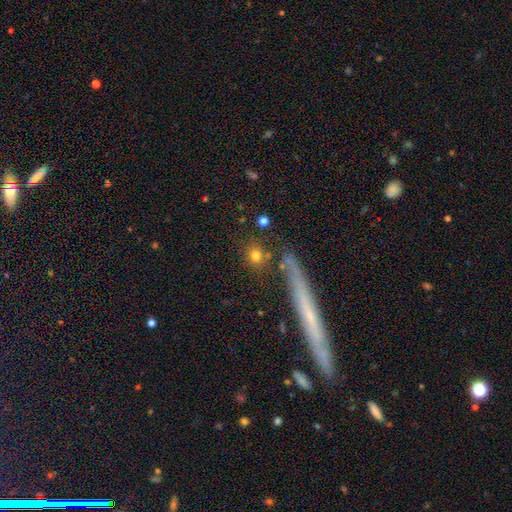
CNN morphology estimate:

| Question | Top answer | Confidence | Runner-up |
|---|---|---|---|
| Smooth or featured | smooth | 76% | star or artifact (13%) |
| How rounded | round | 77% | in between (17%) |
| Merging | none | 80% | minor disturbance (9%) |